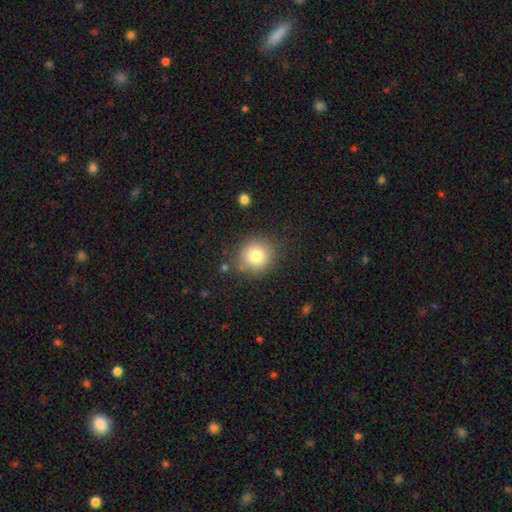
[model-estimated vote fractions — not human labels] smooth 79%, star or artifact 11%, featured or disk 10%. Down the decision tree: how rounded — round (91%); merging — none (84%).